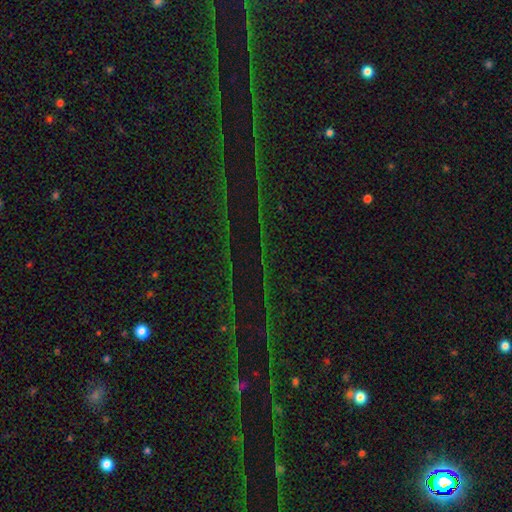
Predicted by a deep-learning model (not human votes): A star or artifact, not a galaxy (79%).

Vote fractions:
- Smooth or featured? star or artifact: 79% / featured or disk: 11% / smooth: 9%